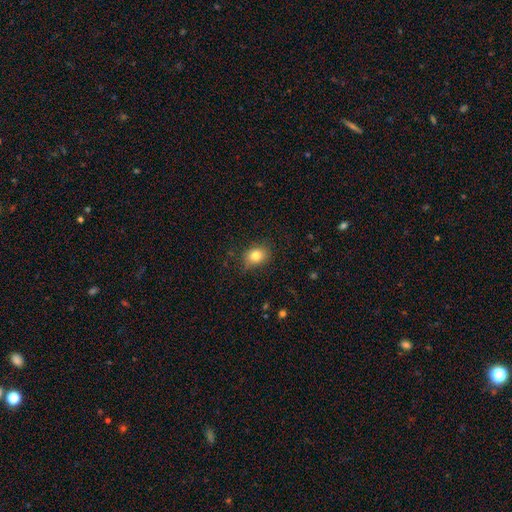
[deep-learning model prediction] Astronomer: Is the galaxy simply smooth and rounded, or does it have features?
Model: smooth — 81%.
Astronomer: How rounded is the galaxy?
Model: in between — 52% (runner-up: round, 47%).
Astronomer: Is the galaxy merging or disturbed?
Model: none — 79%.